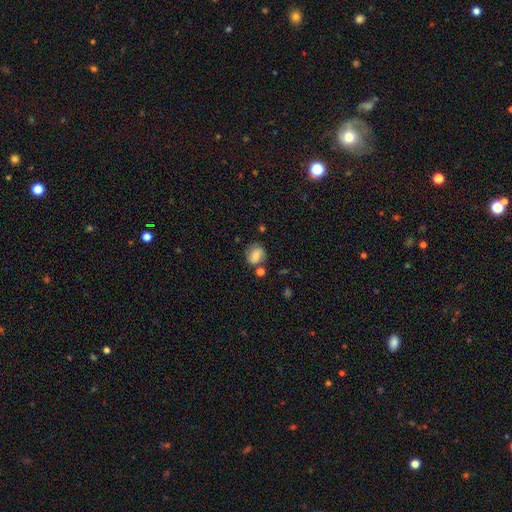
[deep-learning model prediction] A smooth galaxy with no disk features (68%) that is round (62%). Merging: none (63%).